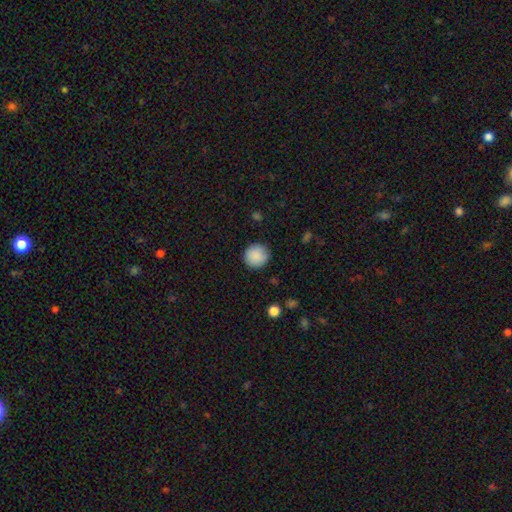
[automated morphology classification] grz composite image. It shows a smooth galaxy with no disk features (88%) that is round (94%). Merging: none (88%).